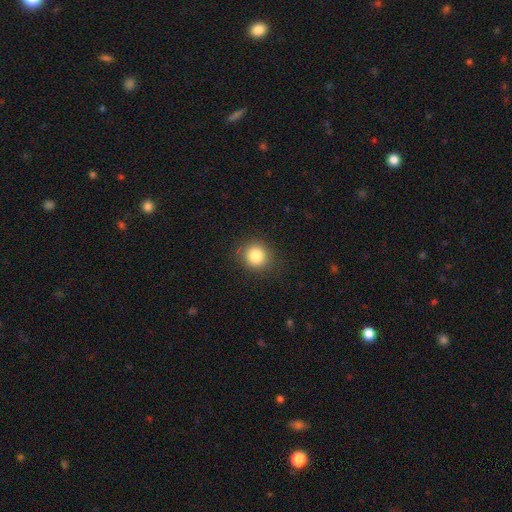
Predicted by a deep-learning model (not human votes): The model was most divided on "smooth or featured": smooth: 84%, star or artifact: 11%, featured or disk: 6%. More confident: how rounded — round (89%); merging — none (87%).